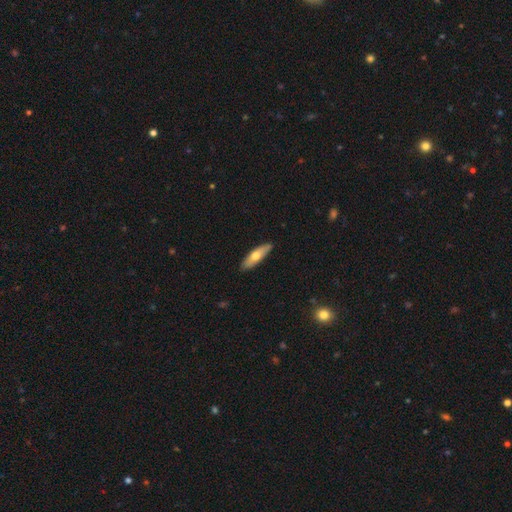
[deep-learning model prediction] Smooth or featured: smooth — 62% (featured or disk — 33%)
How rounded: cigar-shaped — 63% (in between — 35%)
Merging: none — 88% (minor disturbance — 9%)